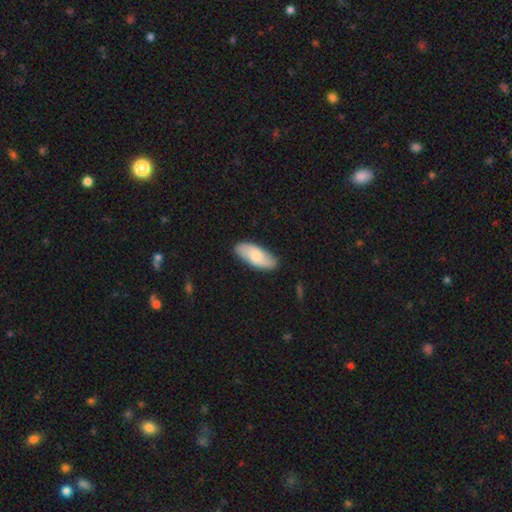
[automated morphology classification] Smooth or featured? Predicted: smooth (p=0.67). How rounded? Predicted: in between (p=0.83). Merging? Predicted: none (p=0.82).